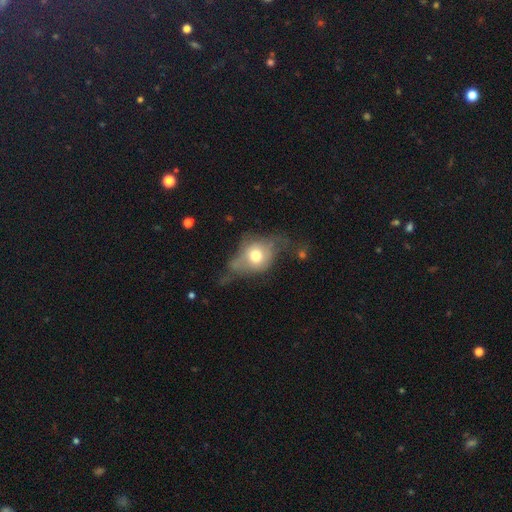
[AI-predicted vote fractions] This is possibly a smooth galaxy (57%). How rounded: possibly in between (49%). Merging: marginally major disturbance (38%).